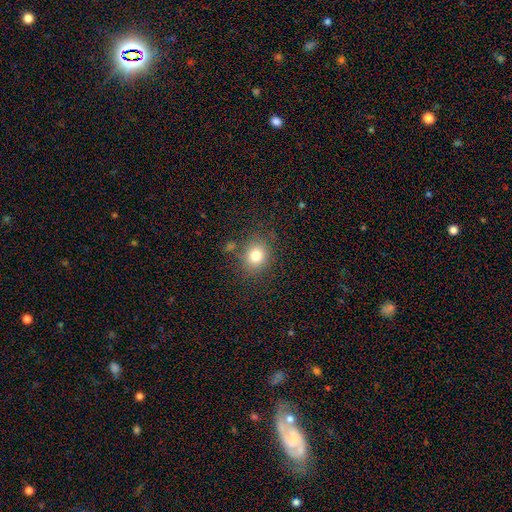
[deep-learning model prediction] Morphology: type=smooth (78%); roundness=round (71%); merging=none (79%).